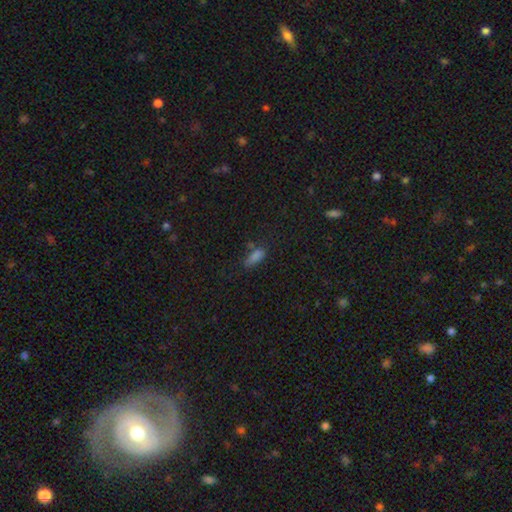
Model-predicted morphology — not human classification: smooth_or_featured: smooth (p=0.75) [alt: star or artifact p=0.17]
how_rounded: in between (p=0.65) [alt: cigar-shaped p=0.30]
merging: none (p=0.61) [alt: minor disturbance p=0.24]